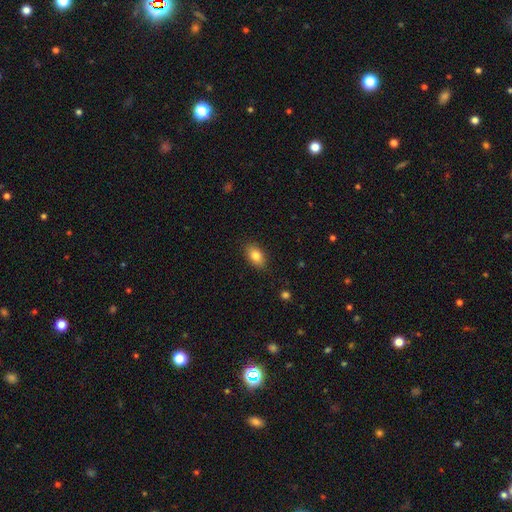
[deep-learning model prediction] Smooth or featured: smooth — 81% (featured or disk — 10%)
How rounded: in between — 88% (round — 9%)
Merging: none — 86% (minor disturbance — 10%)